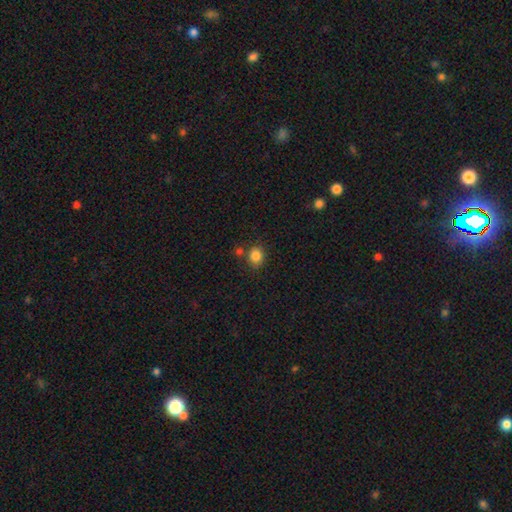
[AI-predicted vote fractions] Smooth or featured: smooth — 84% (star or artifact — 11%)
How rounded: round — 73% (in between — 26%)
Merging: none — 75% (merger — 11%)